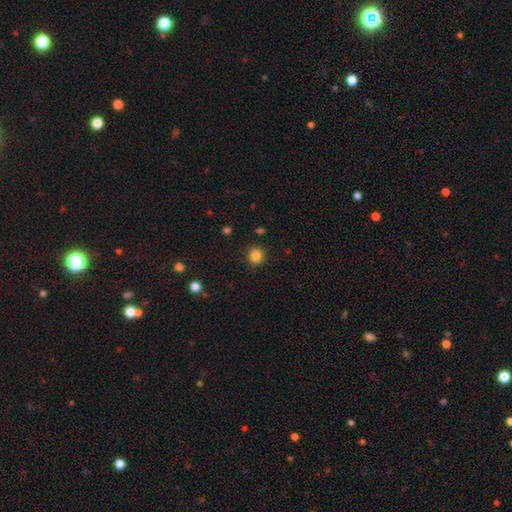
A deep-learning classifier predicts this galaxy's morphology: Smooth or featured: smooth — 85% (star or artifact — 12%)
How rounded: round — 91% (in between — 8%)
Merging: none — 90% (minor disturbance — 7%)